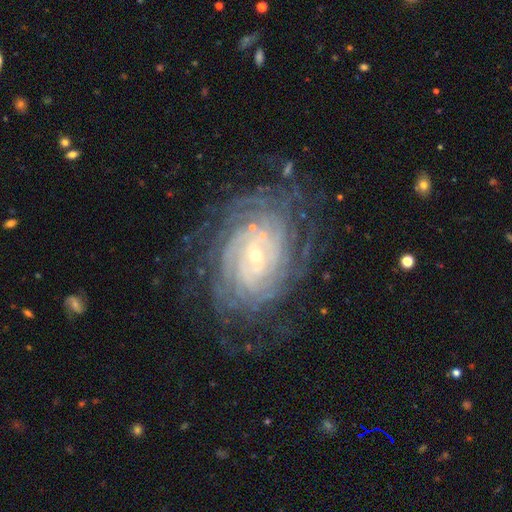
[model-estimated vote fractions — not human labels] The model was most divided on "spiral arm count": more than 4: 29%, can't tell: 28%, 4: 19%, 3: 9%, 2: 9%, 1: 7%. More confident: spiral arms — yes (98%); edge-on disk — no (97%); smooth or featured — featured or disk (89%); spiral winding — tight (82%); bulge size — small (81%); merging — none (73%); bar — no (59%).